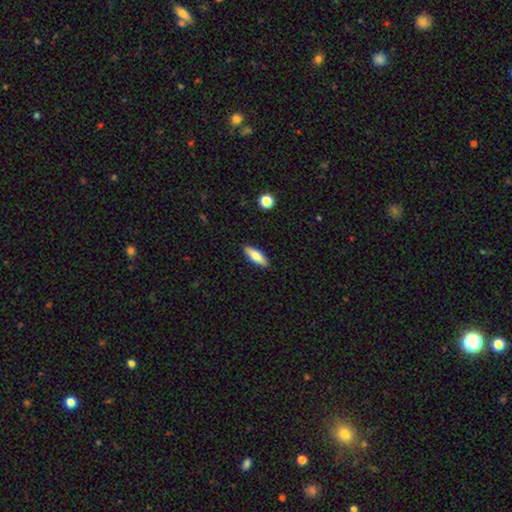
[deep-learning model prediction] Overall: smooth (73%). How rounded: in between (56%; cigar-shaped 41%). Merging: none (89%).